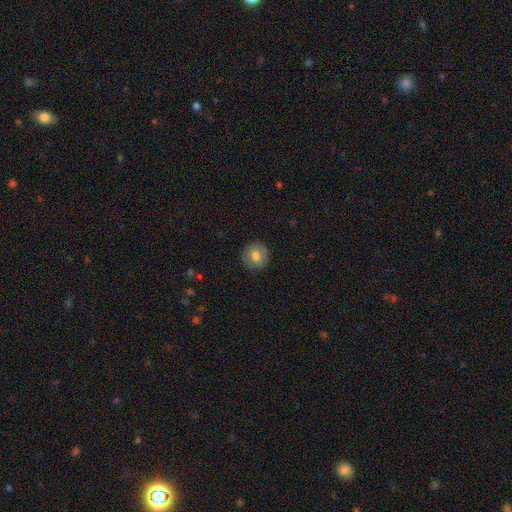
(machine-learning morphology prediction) This is likely a smooth galaxy (73%). How rounded: clearly round (90%). Merging: clearly none (89%).